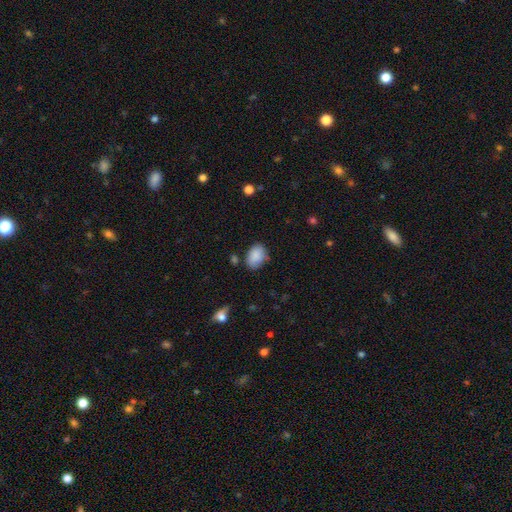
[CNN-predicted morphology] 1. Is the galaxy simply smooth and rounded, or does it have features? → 87% smooth, 7% star or artifact, 6% featured or disk.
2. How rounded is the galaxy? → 83% in between, 15% round, 1% cigar-shaped.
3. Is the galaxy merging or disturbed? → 69% none, 22% minor disturbance, 5% major disturbance, 4% merger.